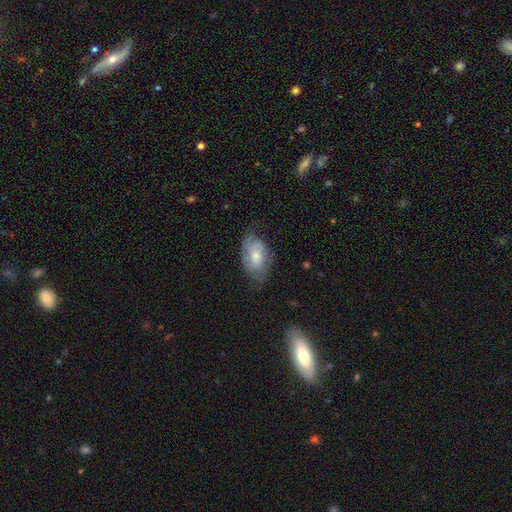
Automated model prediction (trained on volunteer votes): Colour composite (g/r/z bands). It shows a smooth galaxy with no disk features (56%) that is in between round and cigar-shaped (90%). Merging: none (53%).